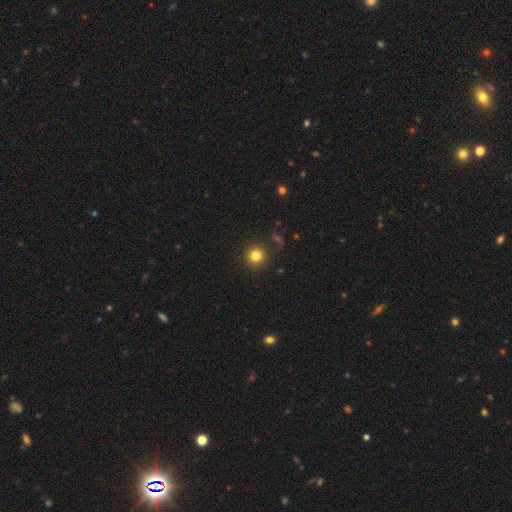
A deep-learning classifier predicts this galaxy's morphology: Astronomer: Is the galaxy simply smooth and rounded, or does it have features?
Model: smooth — 81%.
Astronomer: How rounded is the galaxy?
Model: round — 94%.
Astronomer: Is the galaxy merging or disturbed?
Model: none — 88%.